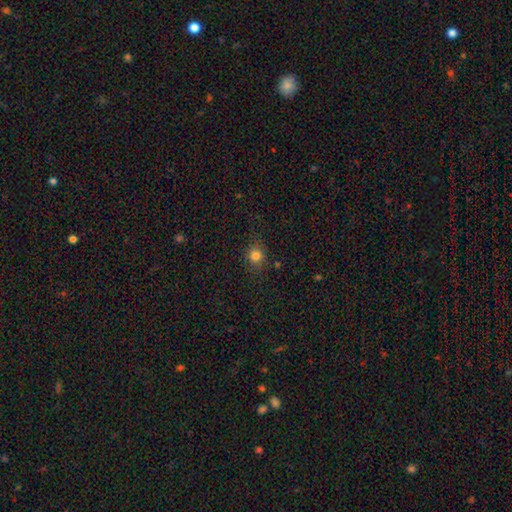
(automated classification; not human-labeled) Smooth or featured: smooth — 79% (star or artifact — 15%)
How rounded: round — 80% (in between — 19%)
Merging: none — 83% (minor disturbance — 12%)